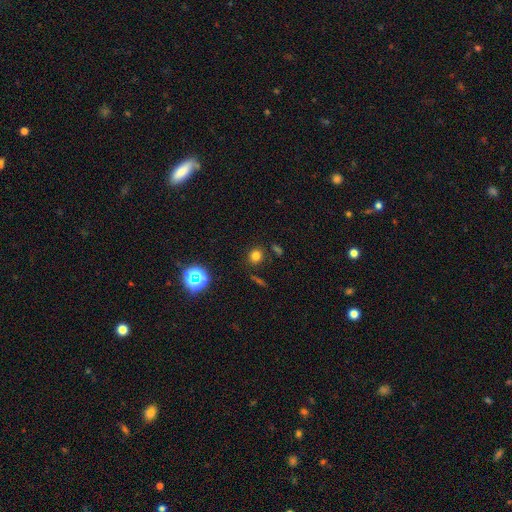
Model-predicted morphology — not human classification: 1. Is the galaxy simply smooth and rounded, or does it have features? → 74% smooth, 19% star or artifact, 7% featured or disk.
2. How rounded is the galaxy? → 81% round, 18% in between, 1% cigar-shaped.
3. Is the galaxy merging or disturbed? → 84% none, 9% minor disturbance, 4% merger, 3% major disturbance.